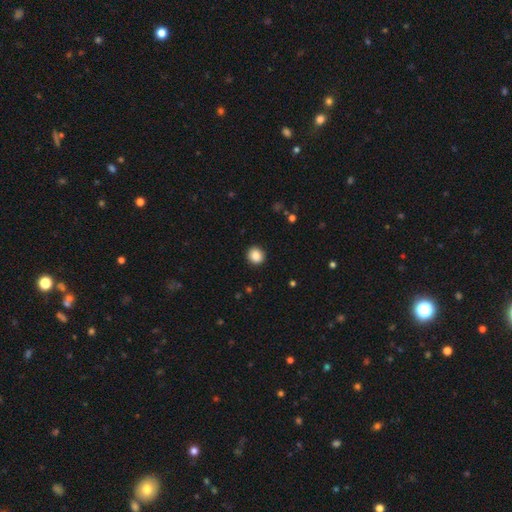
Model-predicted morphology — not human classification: Smooth or featured: smooth — 87% (star or artifact — 9%)
How rounded: round — 86% (in between — 13%)
Merging: none — 92% (minor disturbance — 5%)